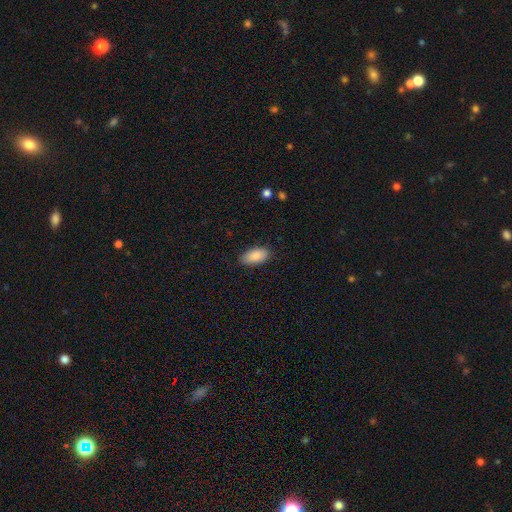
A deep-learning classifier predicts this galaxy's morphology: Smooth or featured? smooth (88%)
How rounded? in between (94%)
Merging? none (84%)